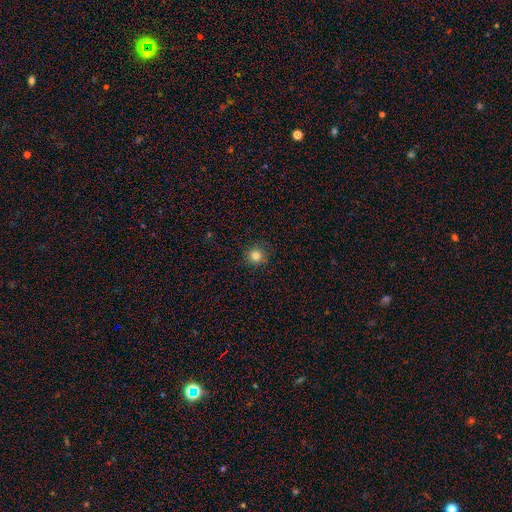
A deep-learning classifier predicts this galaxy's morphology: This appears to be a smooth galaxy with no disk features (81%) that is round (93%). Merging: none (90%).